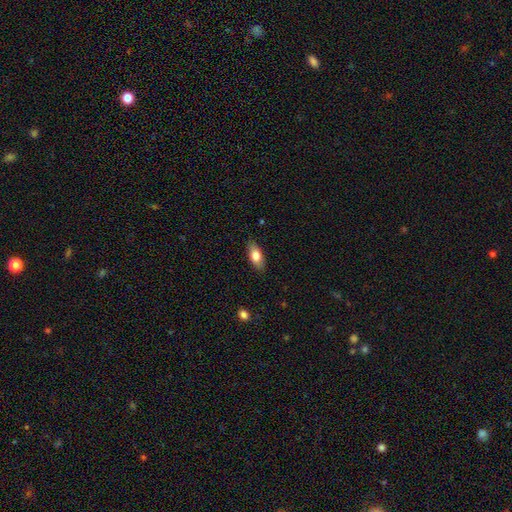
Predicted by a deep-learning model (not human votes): This appears to be a smooth galaxy with no disk features (76%) that is in between round and cigar-shaped (84%). Merging: none (86%).